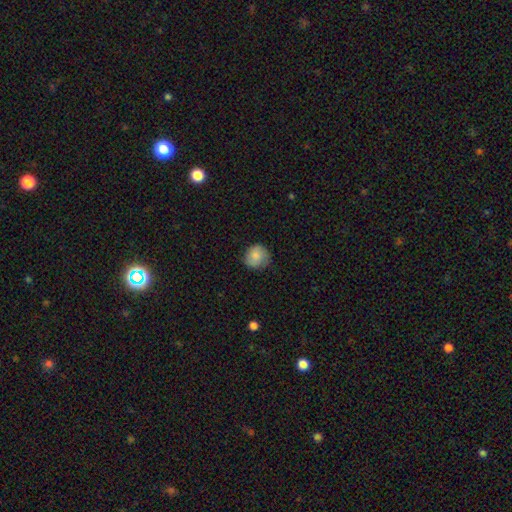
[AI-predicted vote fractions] This appears to be a smooth galaxy with no disk features (82%) that is round (86%). Merging: none (74%).